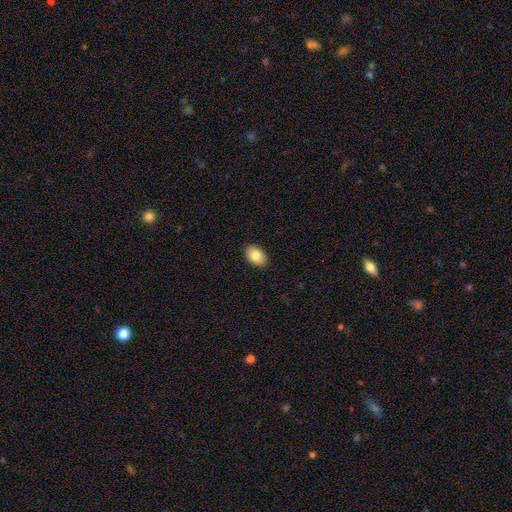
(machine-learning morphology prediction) Smooth or featured?
  - smooth: 84% *
  - featured or disk: 8%
  - star or artifact: 7%
How rounded?
  - in between: 85% *
  - round: 14%
  - cigar-shaped: 1%
Merging?
  - none: 90% *
  - minor disturbance: 7%
  - major disturbance: 2%
  - merger: 1%